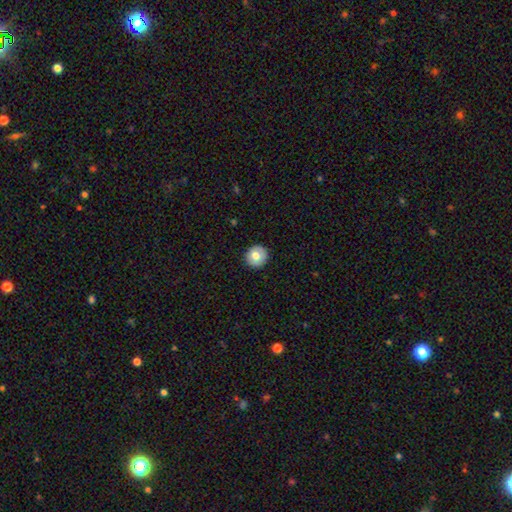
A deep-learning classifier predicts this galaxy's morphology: Q: Smooth or featured?
A: smooth (75%); runner-up: featured or disk (17%)
Q: How rounded?
A: round (93%); runner-up: in between (6%)
Q: Merging?
A: none (91%); runner-up: minor disturbance (6%)